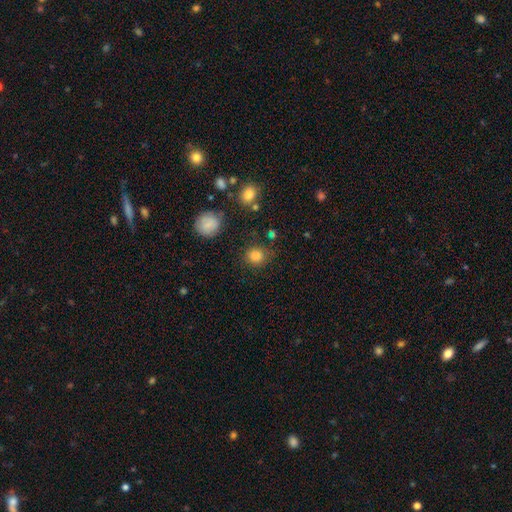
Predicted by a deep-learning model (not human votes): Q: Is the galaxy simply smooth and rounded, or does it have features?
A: smooth — 84%.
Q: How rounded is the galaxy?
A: round — 82%.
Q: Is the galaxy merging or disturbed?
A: none — 81%.